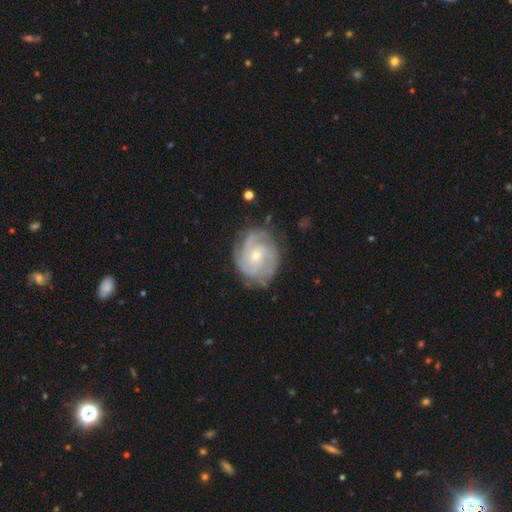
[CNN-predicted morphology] A featured or disk galaxy (87%) with no bar (62%), 3 (35%) tight (65%) spiral arms (97%) and a small central bulge (60%).

Vote fractions:
- Smooth or featured? featured or disk: 87% / smooth: 8% / star or artifact: 5%
- Edge-on disk? no: 98% / yes: 2%
- Bar? no: 62% / weak: 32% / strong: 6%
- Spiral arms? yes: 97% / no: 3%
- Spiral winding? tight: 65% / medium: 30% / loose: 5%
- Spiral arm count? 3: 35% / 2: 24% / can't tell: 20% / 4: 11% / 1: 5% / more than 4: 5%
- Bulge size? small: 60% / moderate: 37% / large: 1% / none: 1% / dominant: 1%
- Merging? none: 77% / minor disturbance: 17% / major disturbance: 5% / merger: 1%